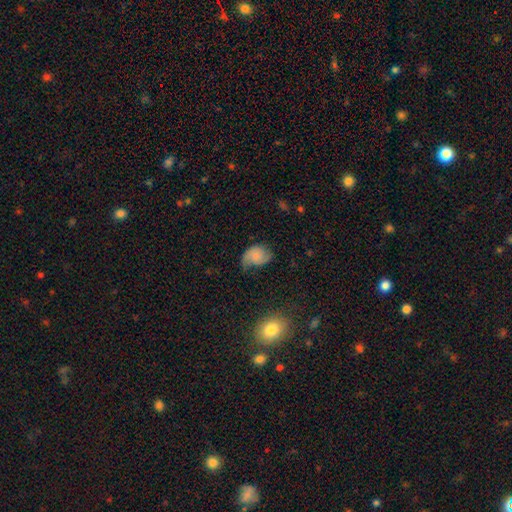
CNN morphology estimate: smooth-or-featured: smooth: 49% | featured or disk: 42% | star or artifact: 10%
  merging: none: 45% | minor disturbance: 35% | major disturbance: 18% | merger: 2%